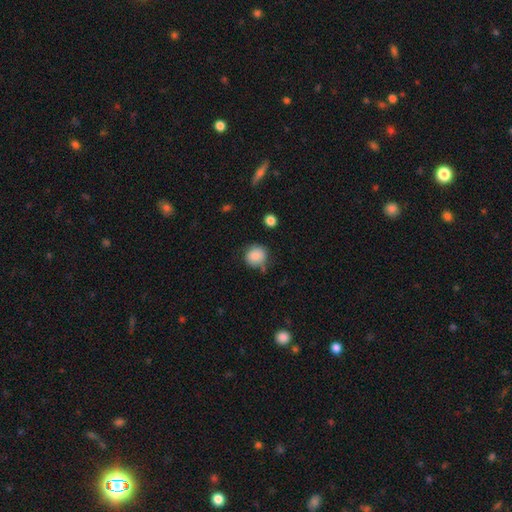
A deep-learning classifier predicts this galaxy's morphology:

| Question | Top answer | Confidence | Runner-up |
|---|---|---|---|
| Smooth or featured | smooth | 84% | star or artifact (9%) |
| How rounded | round | 87% | in between (12%) |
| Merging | none | 68% | minor disturbance (22%) |